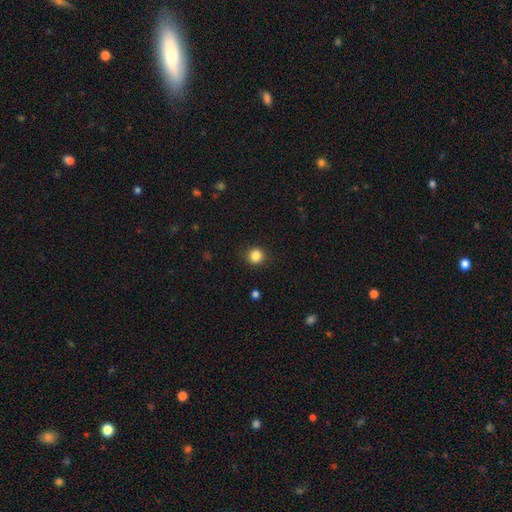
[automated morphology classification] Smooth or featured? Predicted: smooth (p=0.85). How rounded? Predicted: round (p=0.90). Merging? Predicted: none (p=0.89).